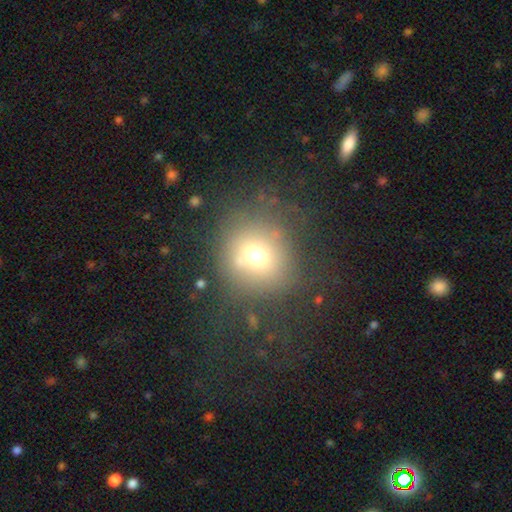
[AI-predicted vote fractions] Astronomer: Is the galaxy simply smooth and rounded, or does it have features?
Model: smooth — 65%.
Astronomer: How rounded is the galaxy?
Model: round — 87%.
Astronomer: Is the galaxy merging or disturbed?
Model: none — 69%.